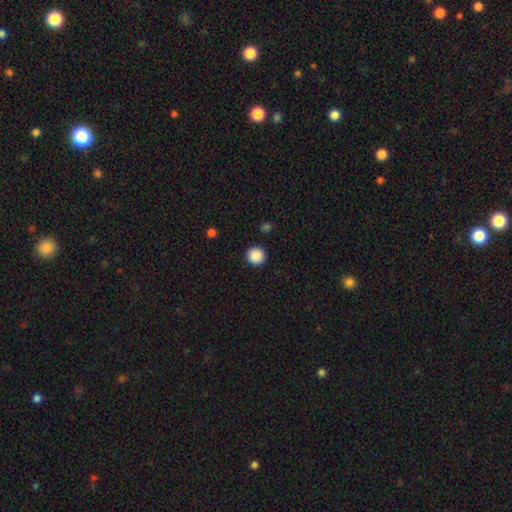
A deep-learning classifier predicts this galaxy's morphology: smooth_or_featured: smooth (p=0.89) [alt: star or artifact p=0.09]
how_rounded: round (p=0.94) [alt: in between p=0.05]
merging: none (p=0.92) [alt: minor disturbance p=0.05]